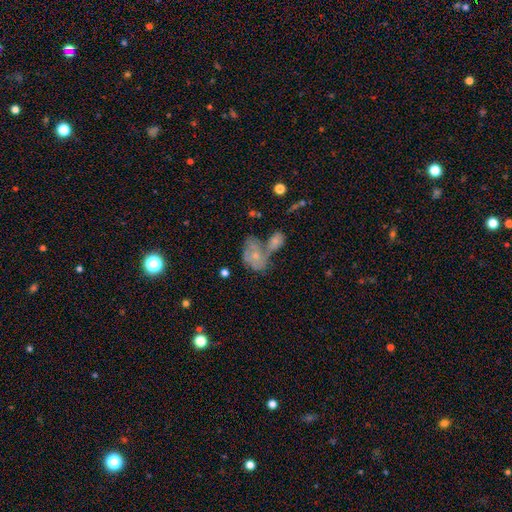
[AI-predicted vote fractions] Overall: featured or disk (49%; smooth 41%). Merging: merger (50%; none 24%).